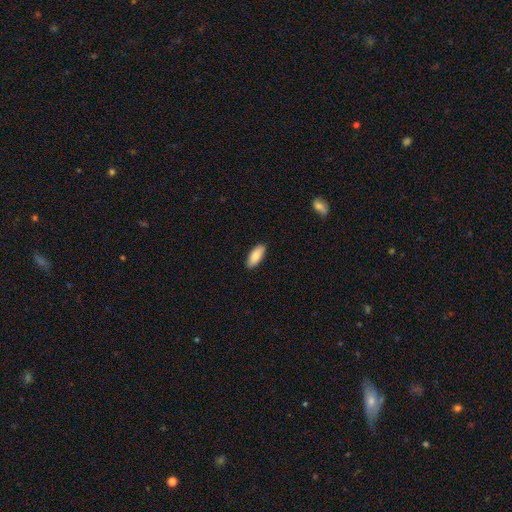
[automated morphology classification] Smooth or featured: smooth — 86% (featured or disk — 9%)
How rounded: in between — 81% (cigar-shaped — 17%)
Merging: none — 89% (minor disturbance — 8%)